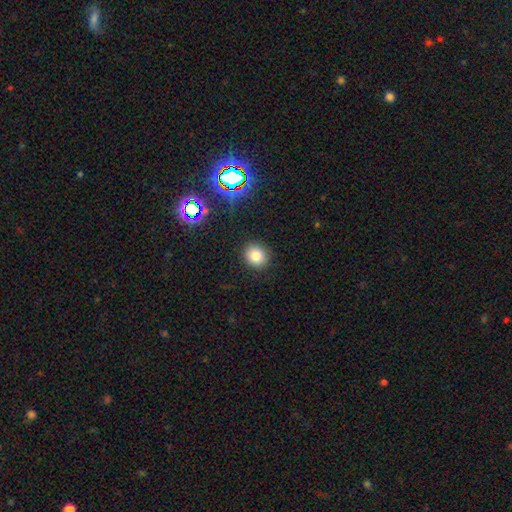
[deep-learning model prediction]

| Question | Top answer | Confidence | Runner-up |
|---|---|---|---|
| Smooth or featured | smooth | 79% | star or artifact (14%) |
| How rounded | round | 82% | in between (17%) |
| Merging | none | 90% | minor disturbance (7%) |